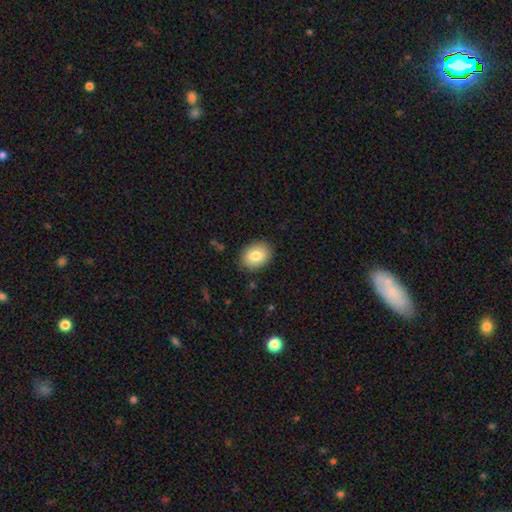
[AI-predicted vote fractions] smooth-or-featured: smooth: 83% | featured or disk: 9% | star or artifact: 8%
  how-rounded: in between: 70% | round: 29% | cigar-shaped: 1%
  merging: none: 87% | minor disturbance: 10% | major disturbance: 2% | merger: 1%